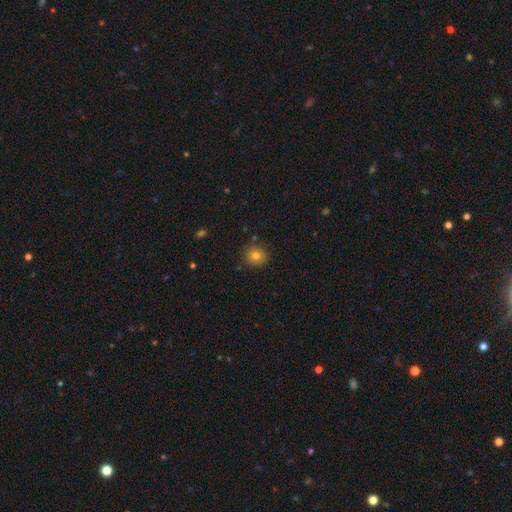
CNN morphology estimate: The model was most divided on "smooth or featured": smooth: 78%, star or artifact: 13%, featured or disk: 8%. More confident: how rounded — round (89%); merging — none (89%).